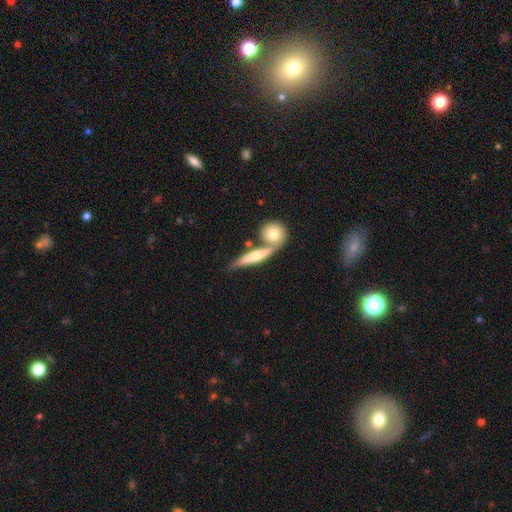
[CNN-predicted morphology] This appears to be a smooth galaxy with no disk features (54%) that is cigar-shaped (62%). Merging: none (45%).